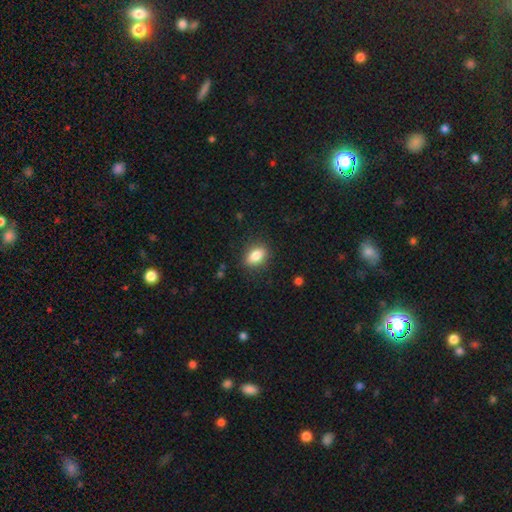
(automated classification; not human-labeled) Smooth or featured: smooth — 84% (star or artifact — 8%)
How rounded: in between — 82% (round — 14%)
Merging: none — 86% (minor disturbance — 10%)